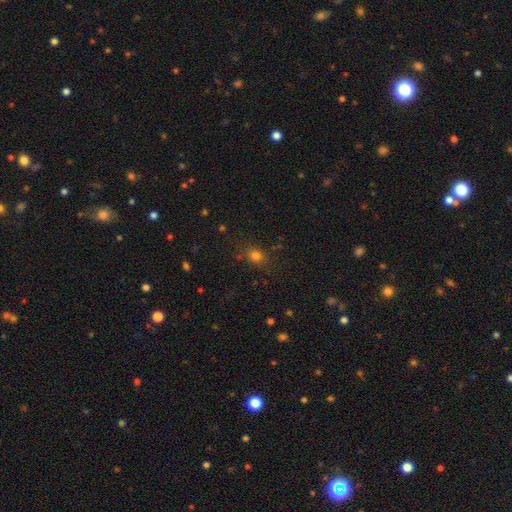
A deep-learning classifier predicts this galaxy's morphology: Smooth or featured: smooth — 76% (star or artifact — 17%)
How rounded: round — 64% (in between — 34%)
Merging: none — 80% (minor disturbance — 13%)